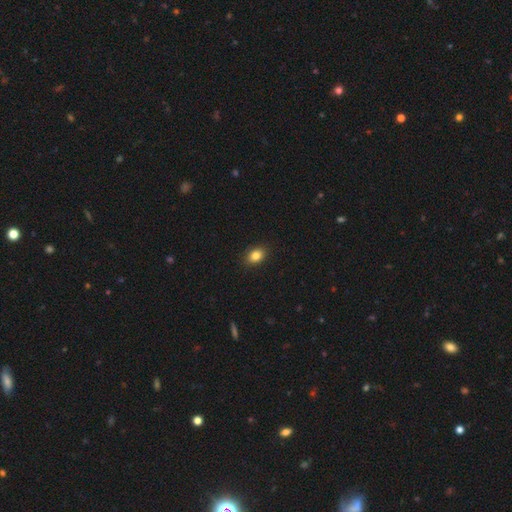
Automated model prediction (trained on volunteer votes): Morphology: type=smooth (85%); roundness=in between (74%); merging=none (89%).